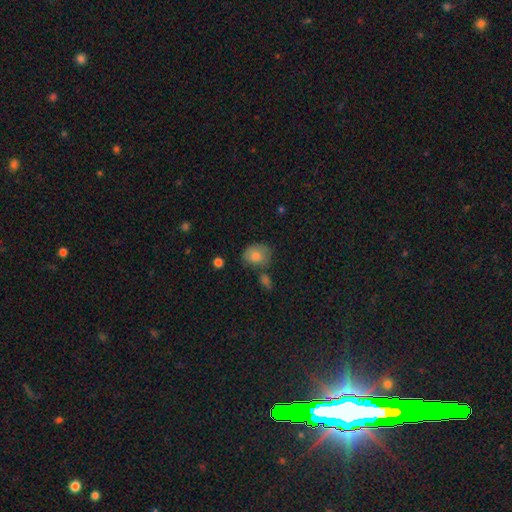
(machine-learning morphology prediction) Smooth or featured: smooth — 77% (featured or disk — 14%)
How rounded: in between — 54% (round — 45%)
Merging: none — 61% (minor disturbance — 21%)